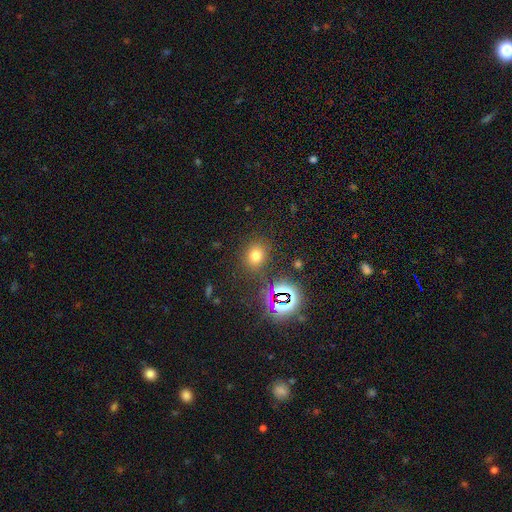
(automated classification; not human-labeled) A smooth galaxy with no disk features (67%) that is round (66%).

Vote fractions:
- Smooth or featured? smooth: 67% / star or artifact: 25% / featured or disk: 8%
- How rounded? round: 66% / in between: 33% / cigar-shaped: 1%
- Merging? none: 82% / minor disturbance: 10% / major disturbance: 4% / merger: 3%